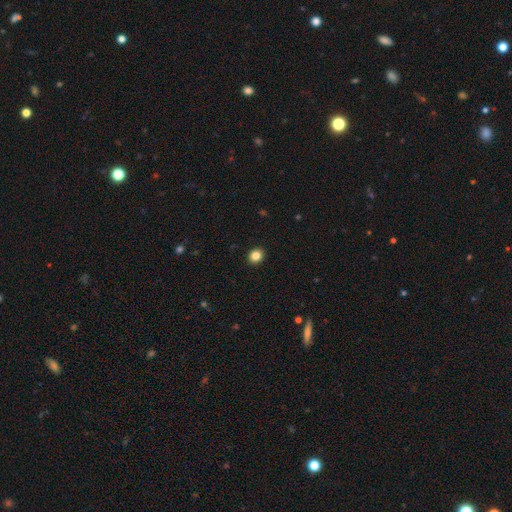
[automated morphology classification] Smooth or featured: smooth — 85% (star or artifact — 11%)
How rounded: round — 73% (in between — 26%)
Merging: none — 93% (minor disturbance — 5%)